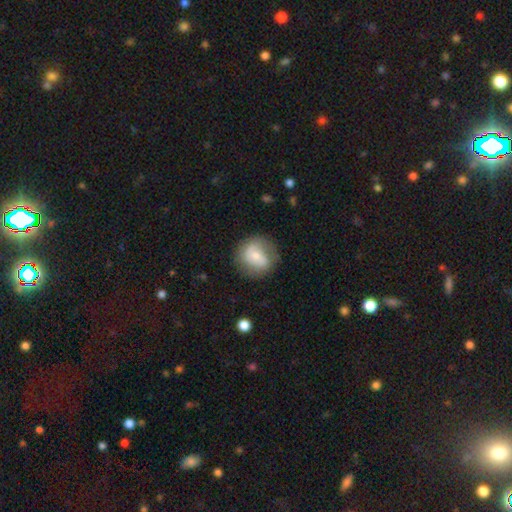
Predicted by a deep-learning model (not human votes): The model was most divided on "smooth or featured": smooth: 52%, featured or disk: 41%, star or artifact: 7%. More confident: how rounded — round (80%); merging — none (69%).